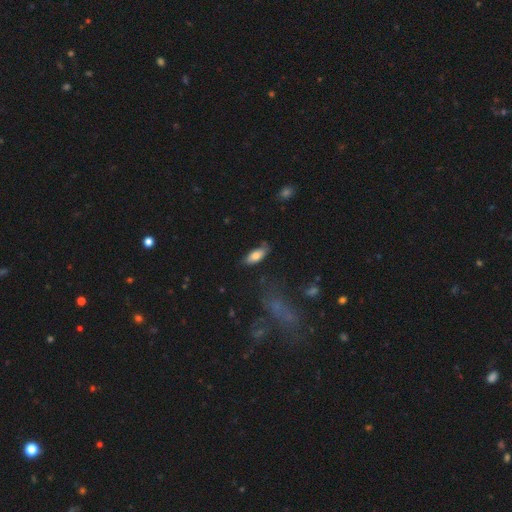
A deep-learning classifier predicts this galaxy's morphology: smooth-or-featured: smooth: 79% | featured or disk: 14% | star or artifact: 7%
  how-rounded: in between: 81% | cigar-shaped: 16% | round: 2%
  merging: none: 72% | minor disturbance: 21% | major disturbance: 4% | merger: 3%